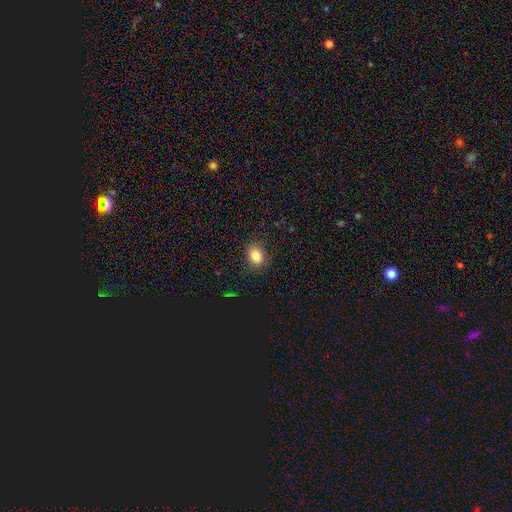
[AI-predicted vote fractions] A smooth galaxy with no disk features (83%) that is in between round and cigar-shaped (59%).

Vote fractions:
- Smooth or featured? smooth: 83% / star or artifact: 11% / featured or disk: 6%
- How rounded? in between: 59% / round: 40% / cigar-shaped: 1%
- Merging? none: 86% / minor disturbance: 10% / major disturbance: 3% / merger: 1%